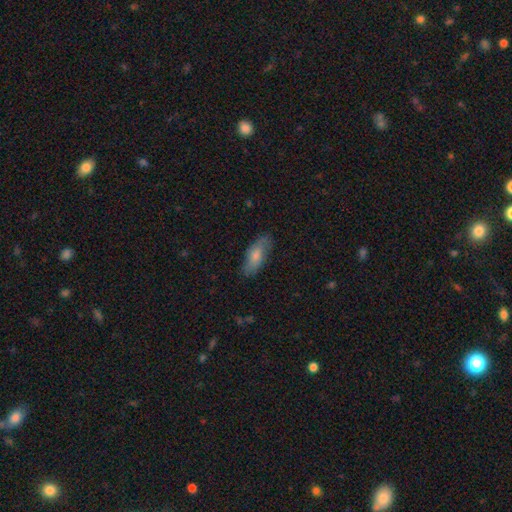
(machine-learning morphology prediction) Smooth or featured? Predicted: smooth (p=0.71). How rounded? Predicted: in between (p=0.75). Merging? Predicted: none (p=0.78).